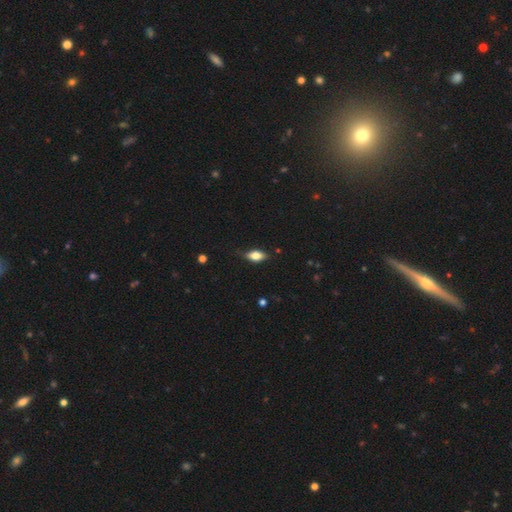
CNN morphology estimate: type=smooth (72%); roundness=in between (84%); merging=none (77%).